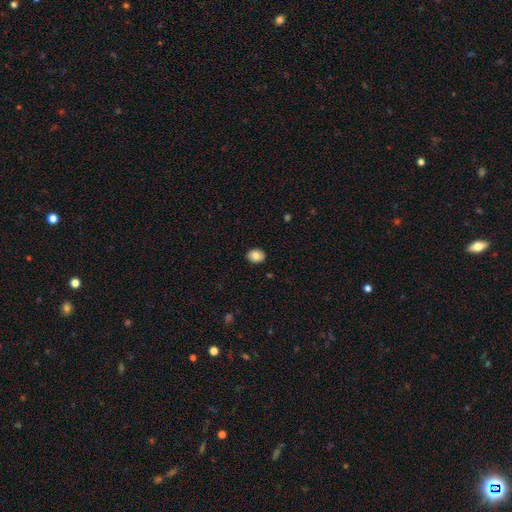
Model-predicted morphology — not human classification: Overall: smooth (82%). How rounded: in between (60%; round 39%). Merging: none (89%).